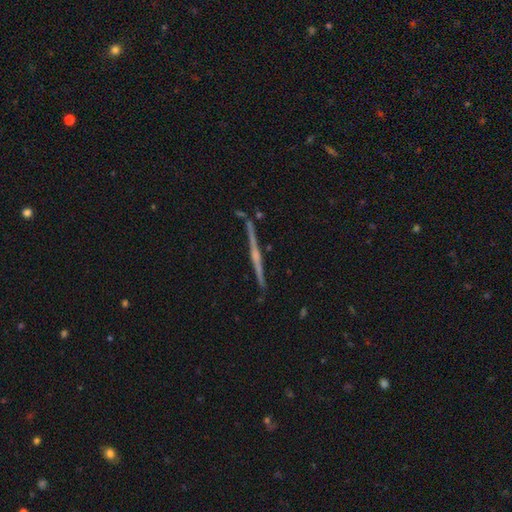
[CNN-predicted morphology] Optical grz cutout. It shows a featured or disk galaxy (80%) viewed edge-on (98%) with a rounded central bulge (61%). Merging: none (90%).